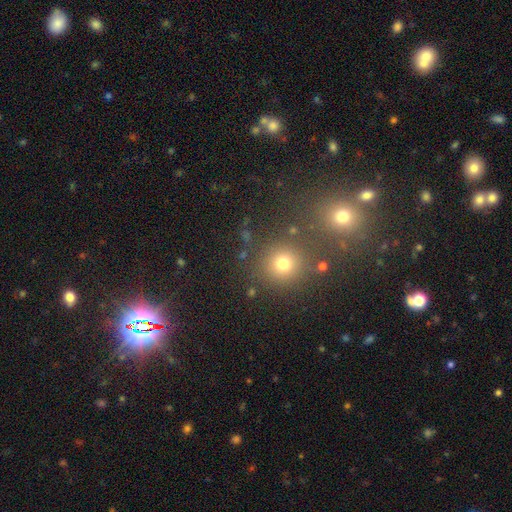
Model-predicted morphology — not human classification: star or artifact 48%, smooth 44%, featured or disk 8%.